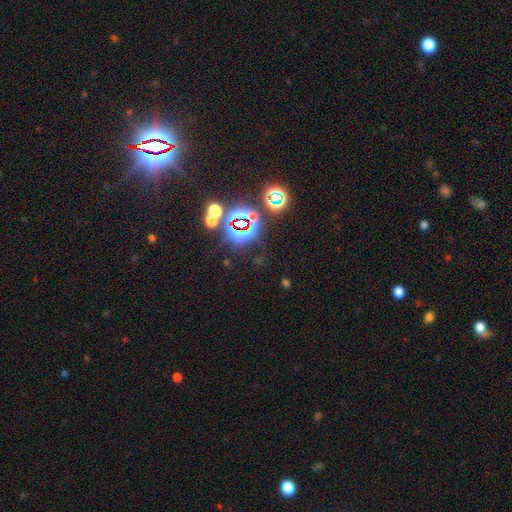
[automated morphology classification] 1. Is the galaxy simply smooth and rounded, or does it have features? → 81% star or artifact, 10% smooth, 8% featured or disk.